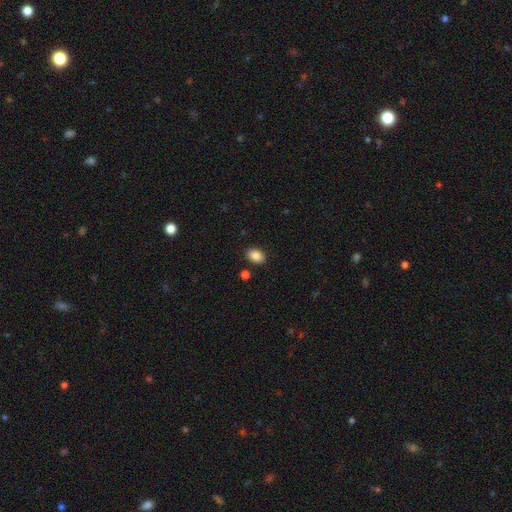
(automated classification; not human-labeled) Morphology: type=smooth (86%); roundness=in between (76%); merging=none (86%).